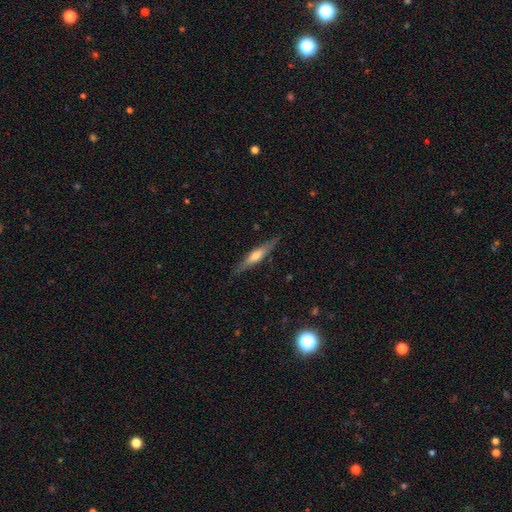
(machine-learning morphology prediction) featured or disk 59%, smooth 35%, star or artifact 6%. Down the decision tree: edge-on disk — yes (94%); edge-on bulge — rounded (80%); merging — none (85%).